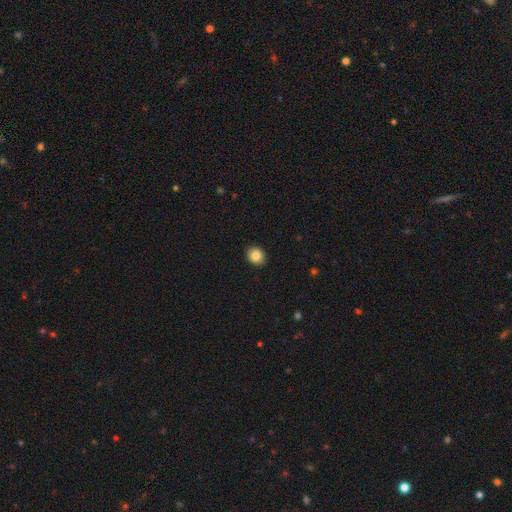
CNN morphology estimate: A smooth galaxy with no disk features (85%) that is round (58%).

Vote fractions:
- Smooth or featured? smooth: 85% / star or artifact: 9% / featured or disk: 6%
- How rounded? round: 58% / in between: 42% / cigar-shaped: 1%
- Merging? none: 91% / minor disturbance: 6% / major disturbance: 2% / merger: 1%